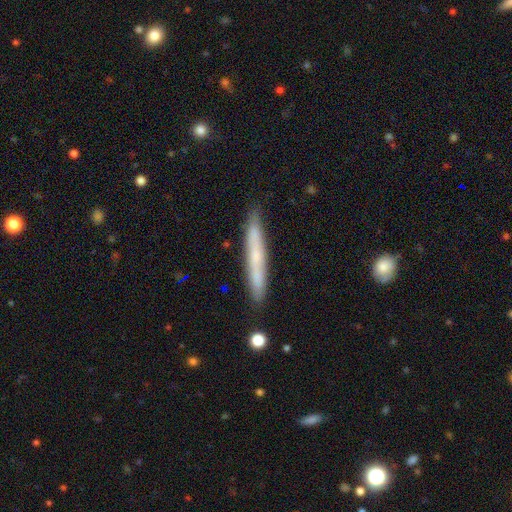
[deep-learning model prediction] Q: Smooth or featured?
A: smooth (54%); runner-up: featured or disk (39%)
Q: How rounded?
A: cigar-shaped (96%); runner-up: in between (3%)
Q: Merging?
A: none (86%); runner-up: minor disturbance (10%)